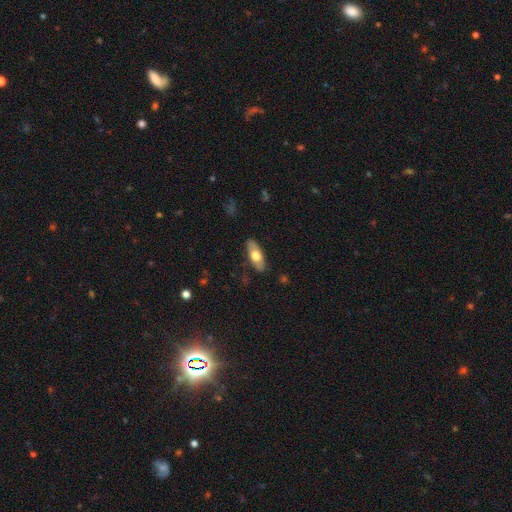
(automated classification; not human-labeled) smooth 63%, featured or disk 32%, star or artifact 5%. Down the decision tree: how rounded — in between (77%); merging — none (85%).